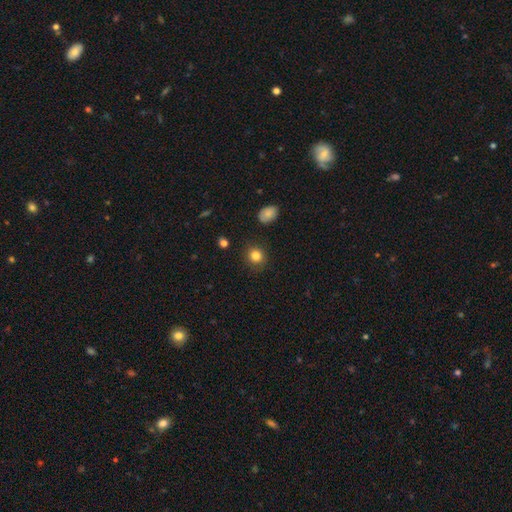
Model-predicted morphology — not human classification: A smooth galaxy with no disk features (83%) that is round (83%). Merging: none (87%).